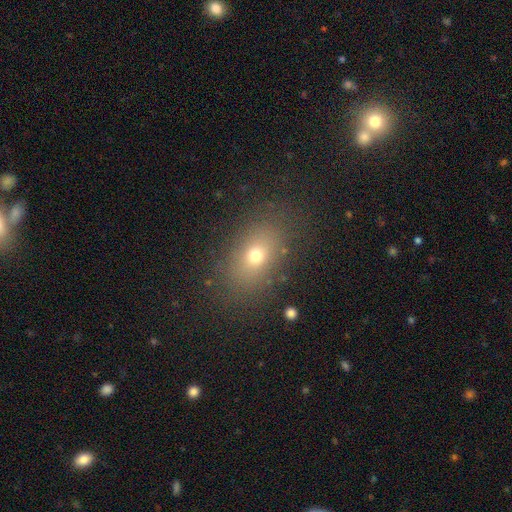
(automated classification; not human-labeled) This is likely a smooth galaxy (68%). How rounded: likely in between (74%). Merging: clearly none (82%).